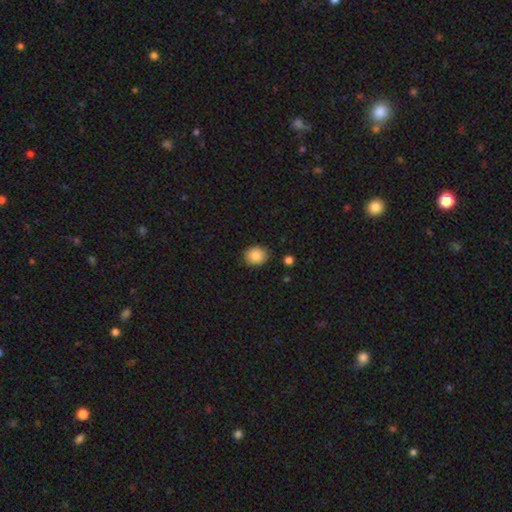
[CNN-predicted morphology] This appears to be a smooth galaxy with no disk features (87%) that is round (70%). Merging: none (88%).